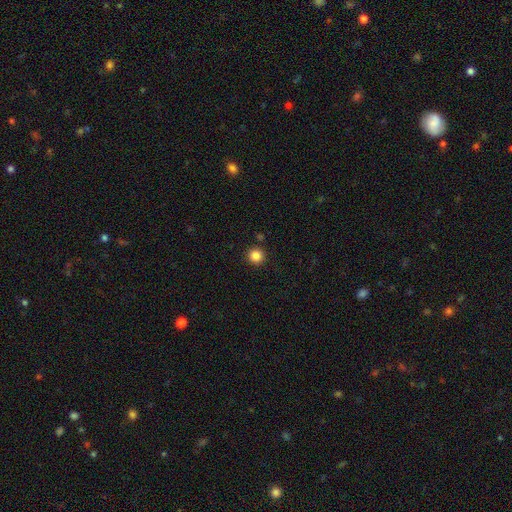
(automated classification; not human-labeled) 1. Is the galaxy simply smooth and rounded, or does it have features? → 85% smooth, 11% star or artifact, 4% featured or disk.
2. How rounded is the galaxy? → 96% round, 3% in between, 1% cigar-shaped.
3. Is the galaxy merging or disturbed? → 91% none, 5% minor disturbance, 2% merger, 2% major disturbance.